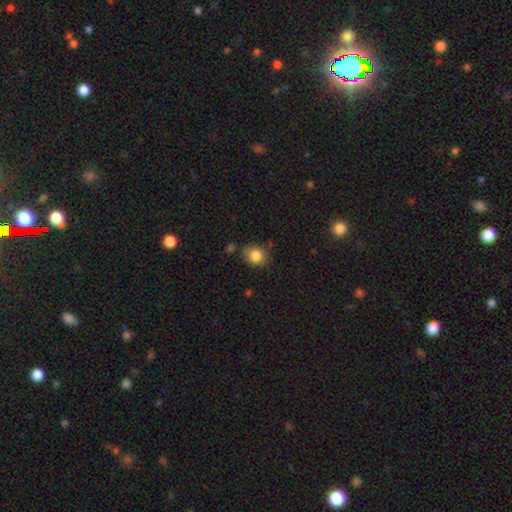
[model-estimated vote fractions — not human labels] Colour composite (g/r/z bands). It shows a smooth galaxy with no disk features (84%) that is round (70%). Merging: none (74%).